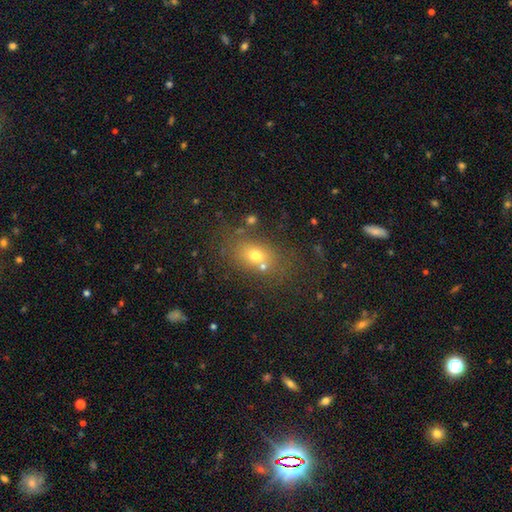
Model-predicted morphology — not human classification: A smooth galaxy with no disk features (66%) that is in between round and cigar-shaped (62%).

Vote fractions:
- Smooth or featured? smooth: 66% / star or artifact: 17% / featured or disk: 17%
- How rounded? in between: 62% / round: 36% / cigar-shaped: 2%
- Merging? none: 63% / merger: 17% / minor disturbance: 13% / major disturbance: 6%